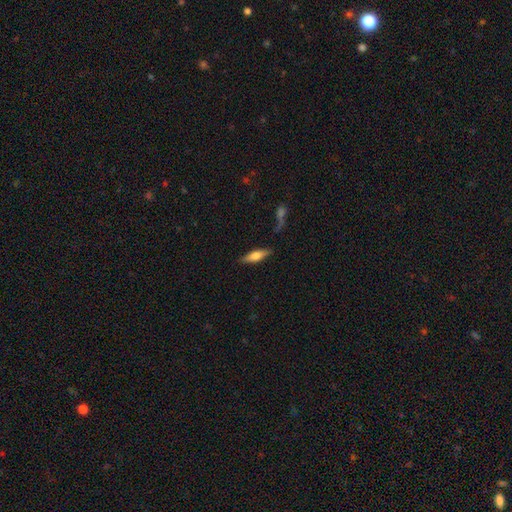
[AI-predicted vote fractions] Smooth or featured?
  - smooth: 53% *
  - featured or disk: 40%
  - star or artifact: 6%
How rounded?
  - cigar-shaped: 57% *
  - in between: 40%
  - round: 2%
Merging?
  - none: 82% *
  - minor disturbance: 12%
  - major disturbance: 3%
  - merger: 3%